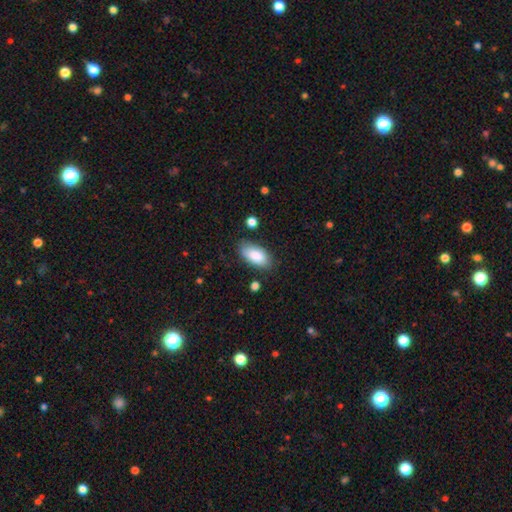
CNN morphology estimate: smooth 85%, featured or disk 8%, star or artifact 6%. Down the decision tree: how rounded — in between (93%); merging — none (80%).